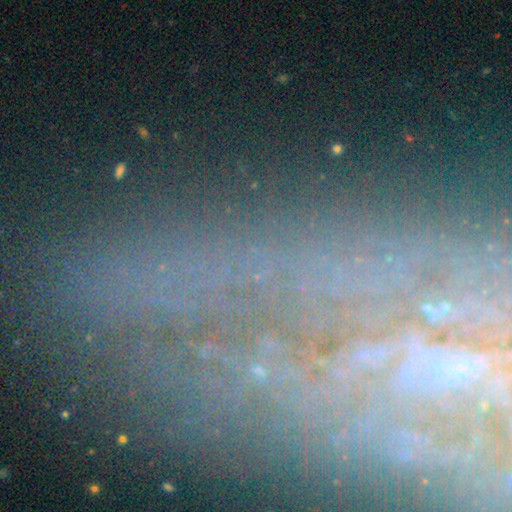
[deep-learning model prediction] Smooth or featured? Predicted: star or artifact (p=0.44).